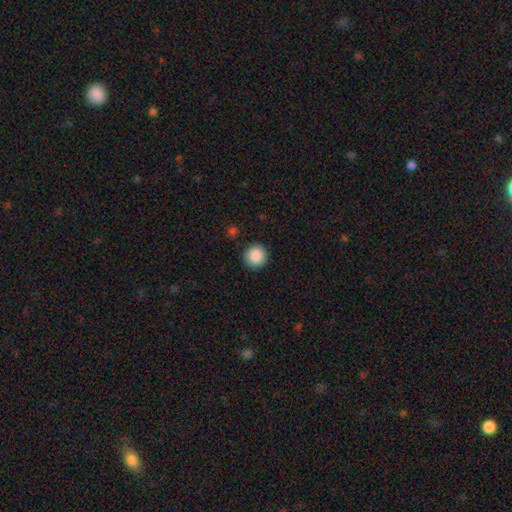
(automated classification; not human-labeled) The model was most divided on "smooth or featured": smooth: 88%, star or artifact: 8%, featured or disk: 4%. More confident: how rounded — round (95%); merging — none (92%).